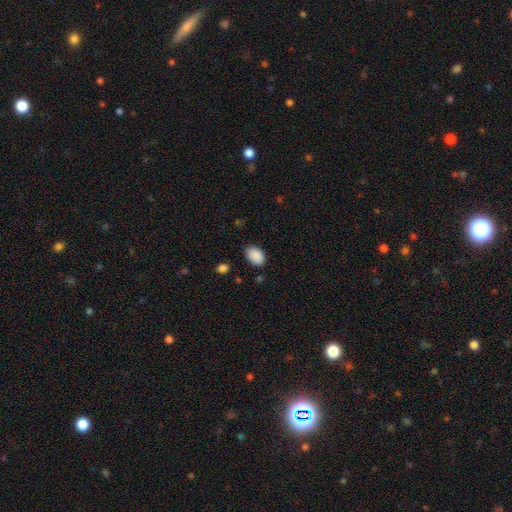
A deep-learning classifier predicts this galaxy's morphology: Q: Smooth or featured?
A: smooth (90%); runner-up: star or artifact (7%)
Q: How rounded?
A: in between (89%); runner-up: round (10%)
Q: Merging?
A: none (85%); runner-up: minor disturbance (11%)